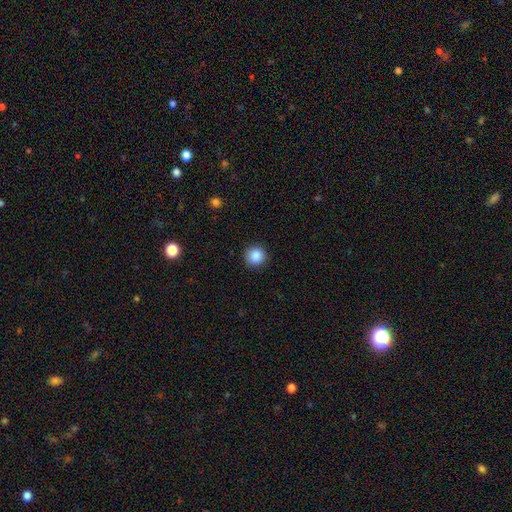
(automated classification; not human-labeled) The model was most divided on "smooth or featured": smooth: 88%, star or artifact: 9%, featured or disk: 3%. More confident: how rounded — round (94%); merging — none (91%).